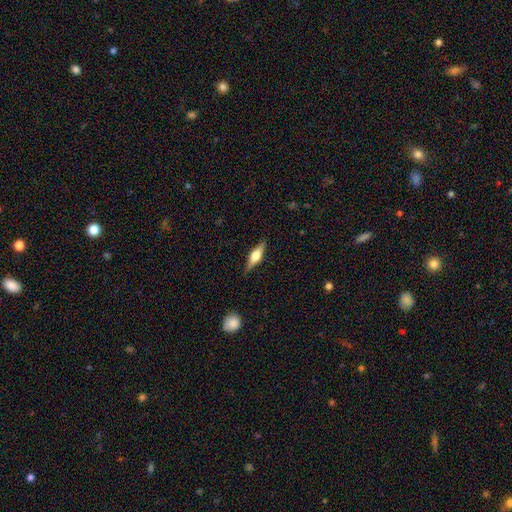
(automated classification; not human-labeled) Smooth or featured: featured or disk — 66% (smooth — 28%)
Edge-on disk: yes — 97% (no — 3%)
Edge-on bulge: rounded — 91% (boxy — 7%)
Merging: none — 87% (minor disturbance — 10%)